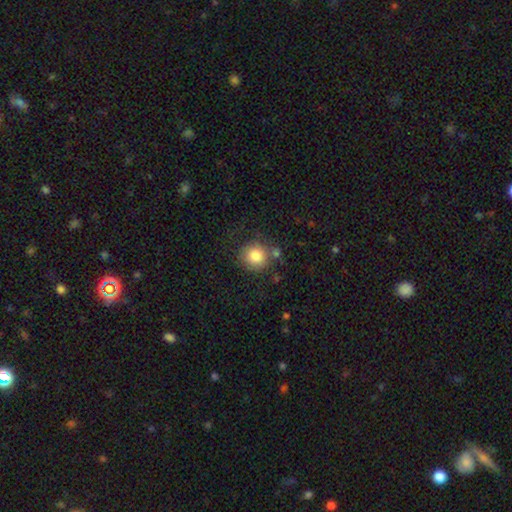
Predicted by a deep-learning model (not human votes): This is clearly a smooth galaxy (83%). How rounded: clearly round (92%). Merging: likely none (73%).